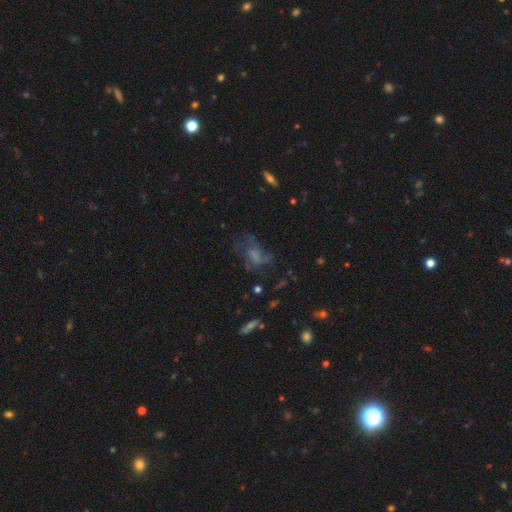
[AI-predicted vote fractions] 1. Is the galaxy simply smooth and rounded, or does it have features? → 47% featured or disk, 27% smooth, 26% star or artifact.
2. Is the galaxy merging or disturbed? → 50% none, 28% major disturbance, 19% minor disturbance, 3% merger.